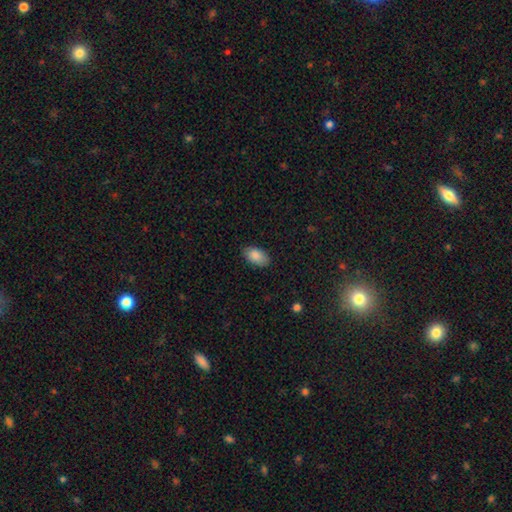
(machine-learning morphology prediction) Smooth or featured? smooth (88%)
How rounded? in between (94%)
Merging? none (84%)